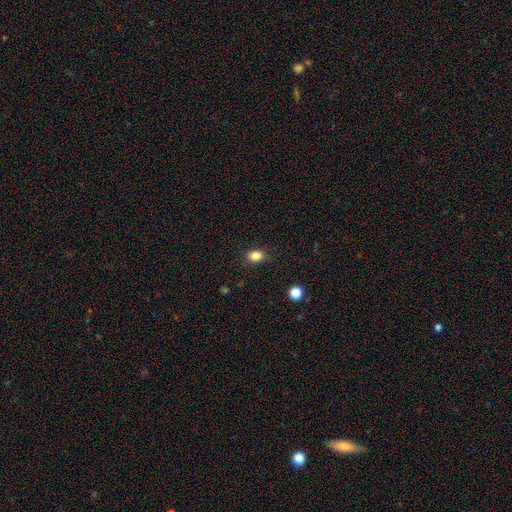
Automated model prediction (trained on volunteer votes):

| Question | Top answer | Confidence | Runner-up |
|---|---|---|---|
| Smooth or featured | smooth | 85% | star or artifact (11%) |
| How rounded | in between | 68% | round (31%) |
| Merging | none | 85% | minor disturbance (11%) |